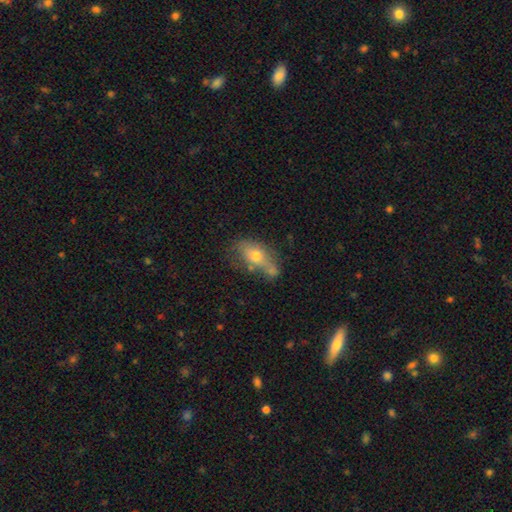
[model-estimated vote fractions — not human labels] A smooth galaxy with no disk features (63%) that is in between round and cigar-shaped (76%). Merging: none (40%).